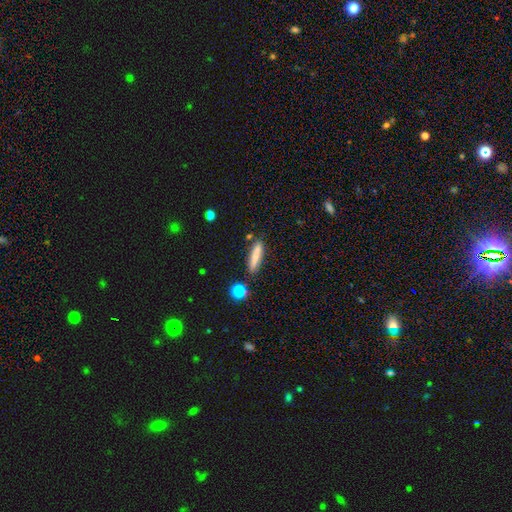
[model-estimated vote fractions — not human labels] A smooth galaxy with no disk features (76%) that is cigar-shaped (83%). Merging: none (82%).